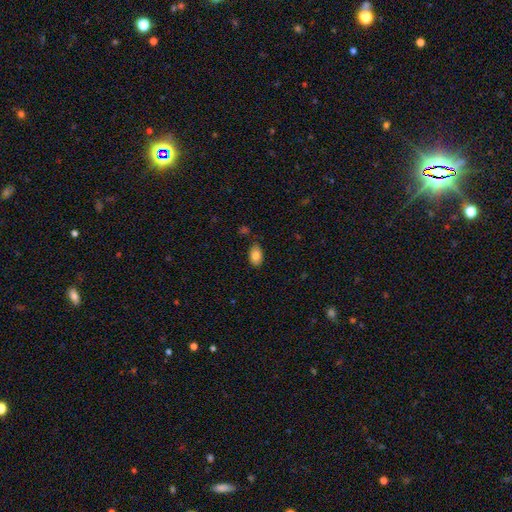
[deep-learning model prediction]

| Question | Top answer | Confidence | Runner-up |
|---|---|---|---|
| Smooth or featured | smooth | 85% | featured or disk (8%) |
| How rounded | in between | 90% | round (9%) |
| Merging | none | 77% | minor disturbance (17%) |